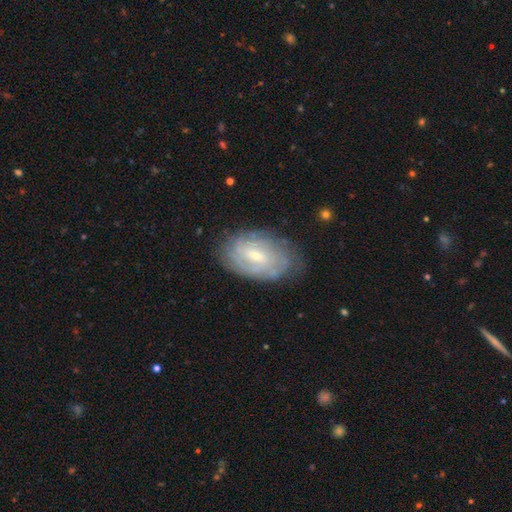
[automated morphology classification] smooth-or-featured: featured or disk: 74% | smooth: 19% | star or artifact: 7%
  disk-edge-on: no: 96% | yes: 4%
    bar: weak: 57% | no: 28% | strong: 15%
    has-spiral-arms: yes: 88% | no: 12%
      spiral-winding: tight: 70% | medium: 24% | loose: 7%
      spiral-arm-count: can't tell: 54% | 2: 19% | 3: 10% | 4: 9% | more than 4: 4% | 1: 4%
    bulge-size: small: 64% | moderate: 31% | none: 2% | large: 1% | dominant: 1%
  merging: none: 75% | minor disturbance: 18% | major disturbance: 5% | merger: 1%